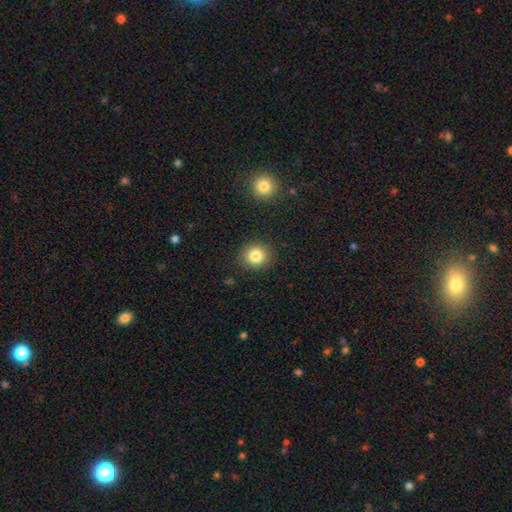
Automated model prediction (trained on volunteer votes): smooth_or_featured: smooth (p=0.82) [alt: star or artifact p=0.11]
how_rounded: round (p=0.87) [alt: in between p=0.12]
merging: none (p=0.88) [alt: minor disturbance p=0.08]